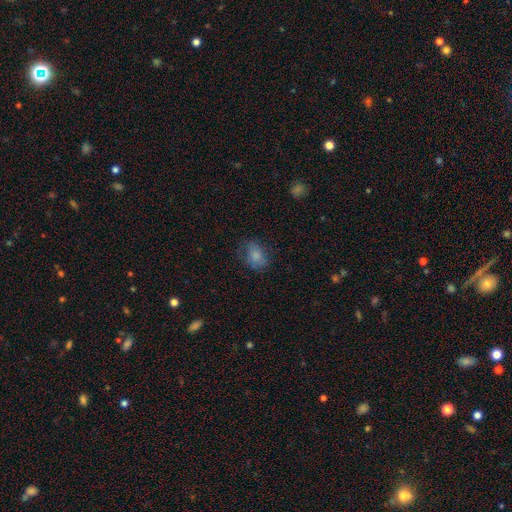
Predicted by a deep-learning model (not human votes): Smooth or featured? Predicted: smooth (p=0.78). How rounded? Predicted: in between (p=0.70). Merging? Predicted: none (p=0.65).